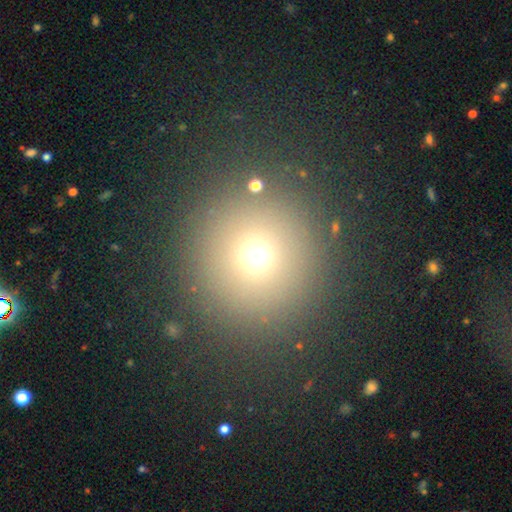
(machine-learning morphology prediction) A smooth galaxy with no disk features (69%) that is round (95%). Merging: none (89%).